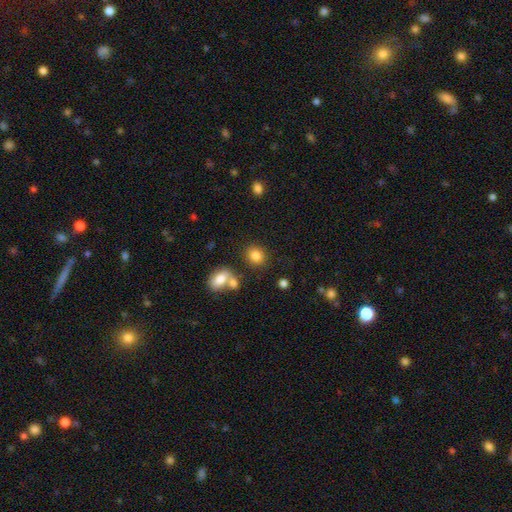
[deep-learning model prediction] Smooth or featured: smooth — 84% (star or artifact — 10%)
How rounded: round — 67% (in between — 32%)
Merging: none — 76% (merger — 10%)